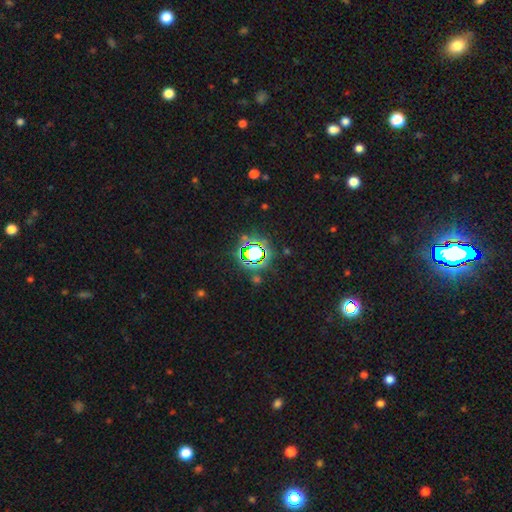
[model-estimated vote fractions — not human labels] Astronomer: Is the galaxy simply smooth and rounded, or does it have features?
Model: star or artifact — 65%.